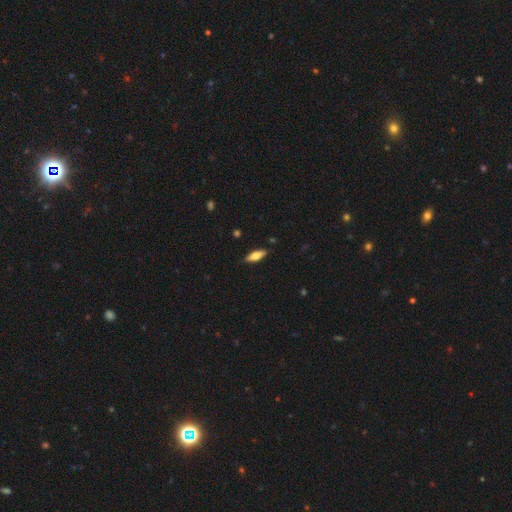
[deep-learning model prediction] Smooth or featured: smooth — 67% (featured or disk — 26%)
How rounded: in between — 61% (cigar-shaped — 37%)
Merging: none — 87% (minor disturbance — 10%)